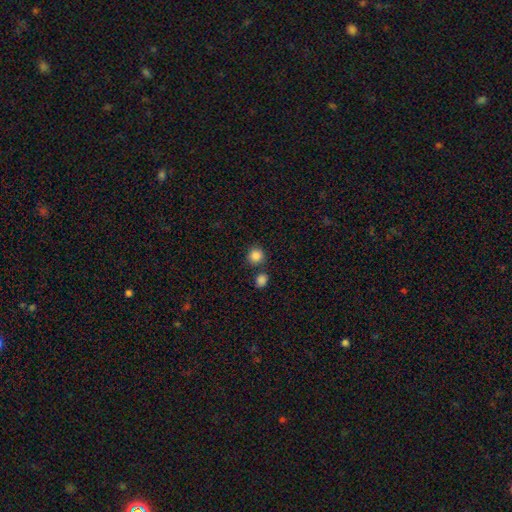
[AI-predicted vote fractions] Morphology: type=smooth (86%); roundness=round (89%); merging=none (75%).